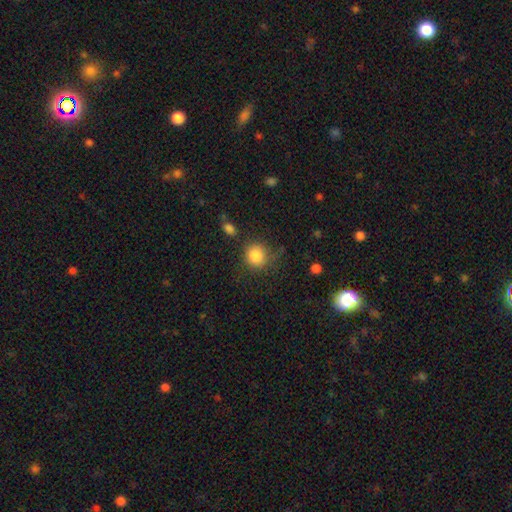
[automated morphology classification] Smooth or featured? smooth (84%)
How rounded? round (88%)
Merging? none (73%)